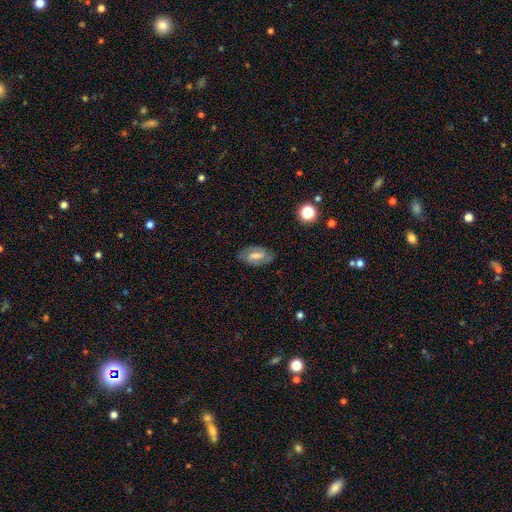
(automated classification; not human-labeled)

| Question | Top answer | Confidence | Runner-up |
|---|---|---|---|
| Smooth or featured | featured or disk | 62% | smooth (29%) |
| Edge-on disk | no | 94% | yes (6%) |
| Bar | weak | 45% | strong (40%) |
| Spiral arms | yes | 83% | no (17%) |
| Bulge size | moderate | 42% | small (37%) |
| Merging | none | 79% | minor disturbance (15%) |